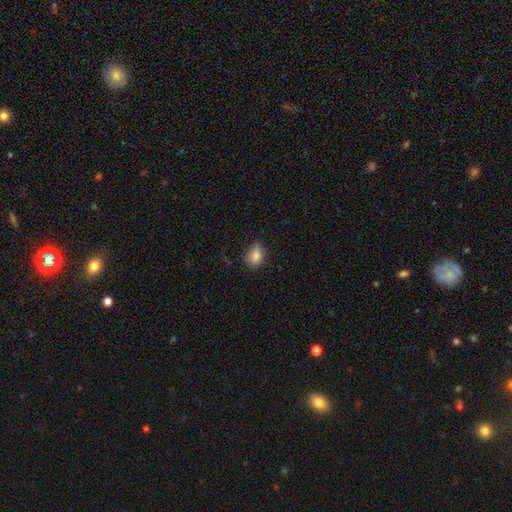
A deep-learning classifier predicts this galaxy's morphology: A smooth galaxy with no disk features (85%) that is in between round and cigar-shaped (75%).

Vote fractions:
- Smooth or featured? smooth: 85% / star or artifact: 9% / featured or disk: 7%
- How rounded? in between: 75% / round: 23% / cigar-shaped: 2%
- Merging? none: 69% / minor disturbance: 25% / major disturbance: 5% / merger: 1%